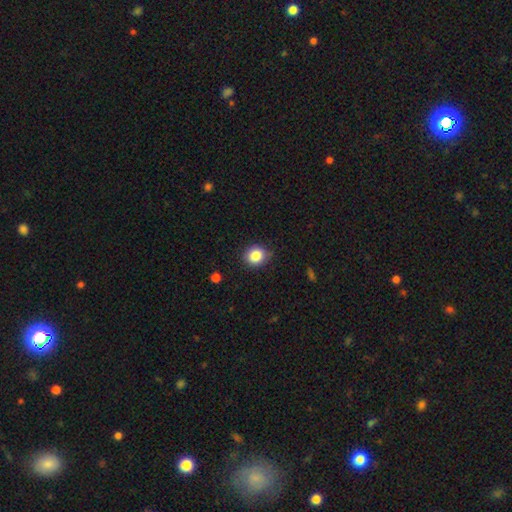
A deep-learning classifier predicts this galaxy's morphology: Smooth or featured? Predicted: smooth (p=0.85). How rounded? Predicted: round (p=0.84). Merging? Predicted: none (p=0.84).